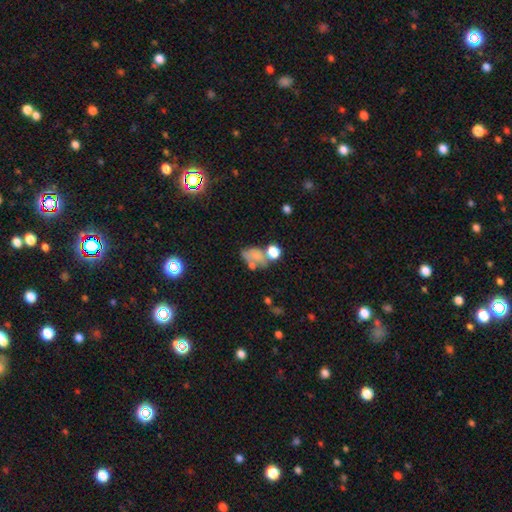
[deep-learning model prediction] This appears to be a smooth galaxy with no disk features (63%) that is in between round and cigar-shaped (76%). Merging: merger (34%).